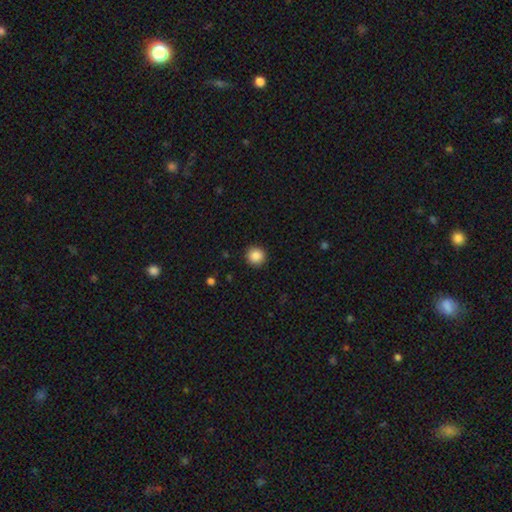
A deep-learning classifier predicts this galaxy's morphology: smooth_or_featured: smooth (p=0.87) [alt: star or artifact p=0.09]
how_rounded: round (p=0.94) [alt: in between p=0.05]
merging: none (p=0.93) [alt: minor disturbance p=0.05]